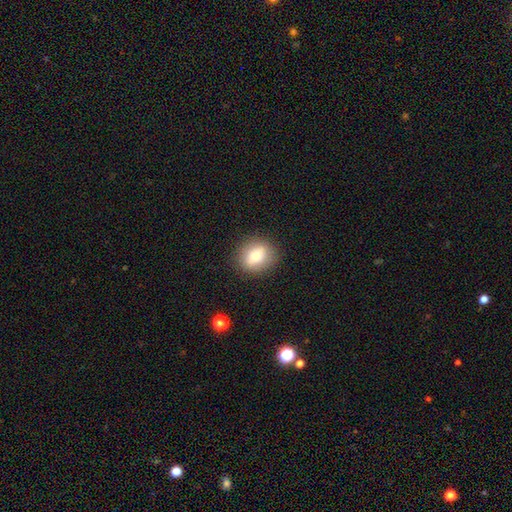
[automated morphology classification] type=smooth (73%); roundness=round (64%); merging=none (87%).